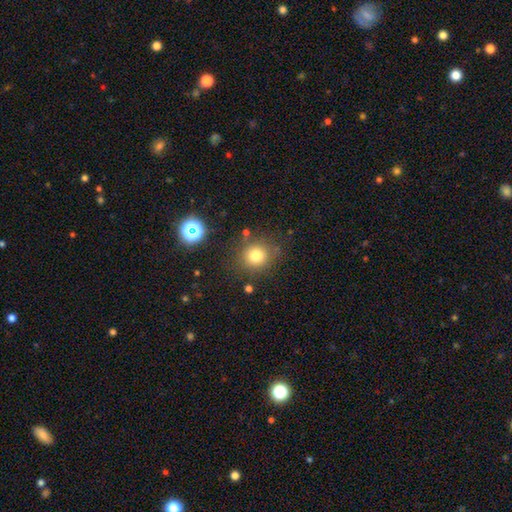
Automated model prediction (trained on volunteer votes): This is likely a smooth galaxy (78%). How rounded: clearly round (88%). Merging: clearly none (82%).